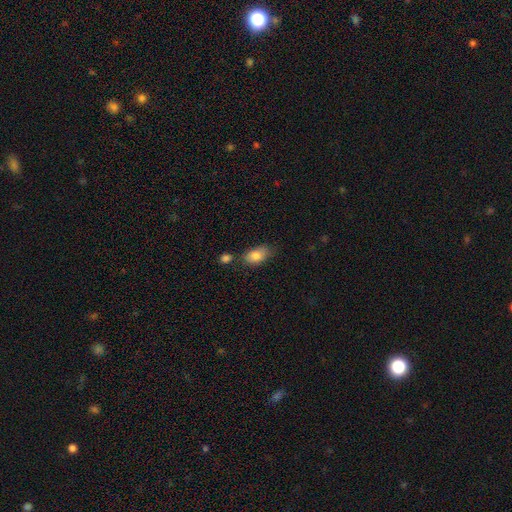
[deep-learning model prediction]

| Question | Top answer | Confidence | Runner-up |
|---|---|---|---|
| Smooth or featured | smooth | 83% | featured or disk (9%) |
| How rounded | in between | 89% | round (8%) |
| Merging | none | 63% | minor disturbance (22%) |